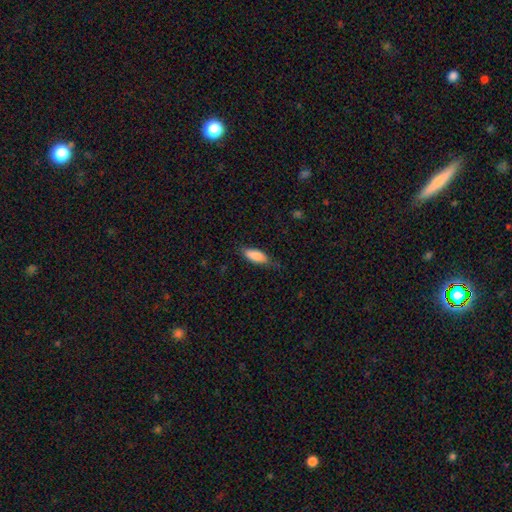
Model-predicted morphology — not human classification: smooth 85%, featured or disk 9%, star or artifact 6%. Down the decision tree: how rounded — in between (74%); merging — none (66%).